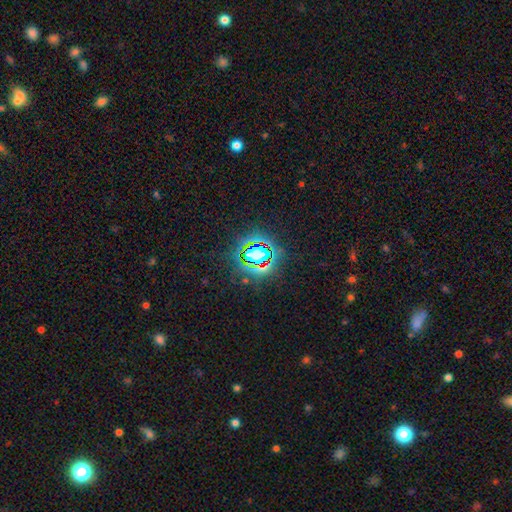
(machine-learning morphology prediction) Smooth or featured? star or artifact (71%)